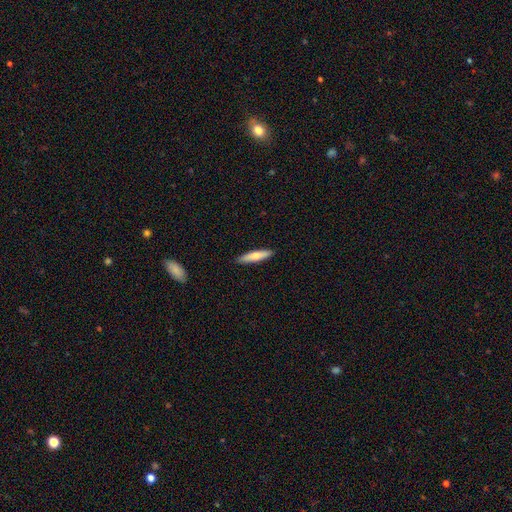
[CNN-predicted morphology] Smooth or featured? Predicted: smooth (p=0.69). How rounded? Predicted: cigar-shaped (p=0.82). Merging? Predicted: none (p=0.90).